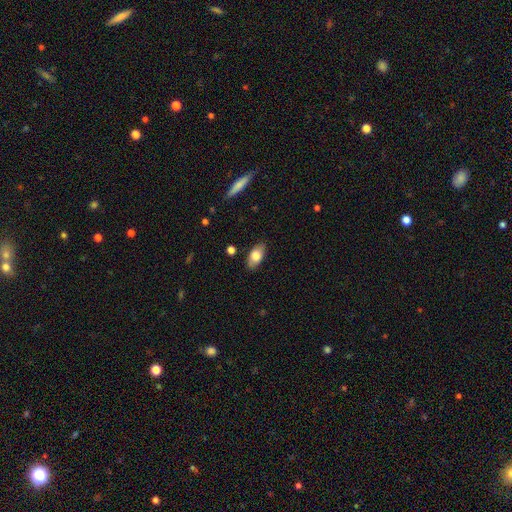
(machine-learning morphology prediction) smooth_or_featured: smooth (p=0.77) [alt: featured or disk p=0.17]
how_rounded: in between (p=0.91) [alt: cigar-shaped p=0.06]
merging: none (p=0.85) [alt: minor disturbance p=0.11]